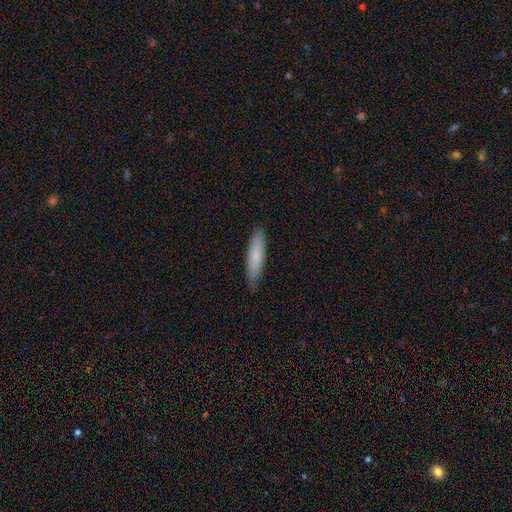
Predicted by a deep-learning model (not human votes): Smooth or featured? Predicted: smooth (p=0.77). How rounded? Predicted: cigar-shaped (p=0.77). Merging? Predicted: none (p=0.86).